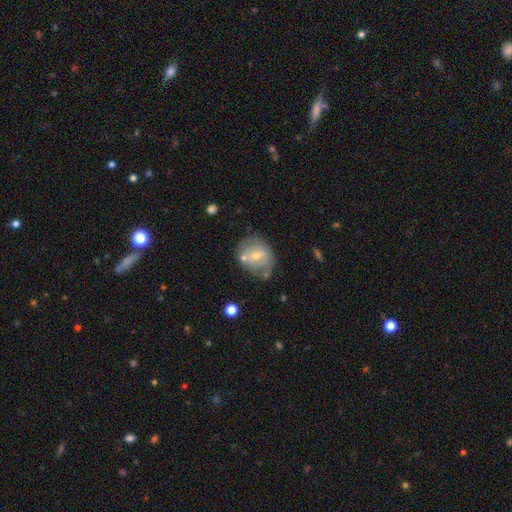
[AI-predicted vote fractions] A featured or disk galaxy (60%) with no bar (50%), spiral arms (60%) and a moderate central bulge (50%).

Vote fractions:
- Smooth or featured? featured or disk: 60% / smooth: 31% / star or artifact: 9%
- Edge-on disk? no: 96% / yes: 4%
- Bar? no: 50% / weak: 39% / strong: 11%
- Spiral arms? yes: 60% / no: 40%
- Bulge size? moderate: 50% / small: 46% / large: 2% / none: 1% / dominant: 1%
- Merging? none: 57% / minor disturbance: 23% / merger: 11% / major disturbance: 9%